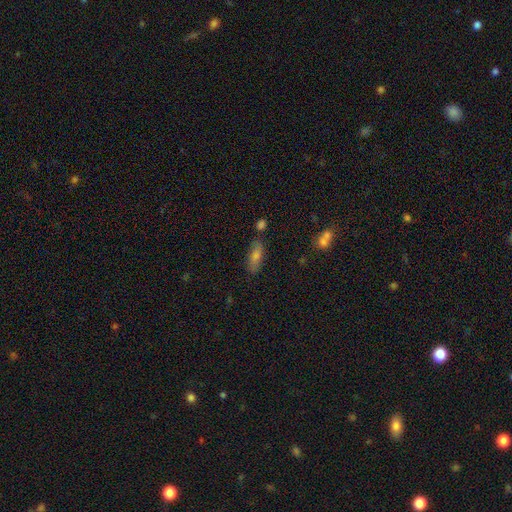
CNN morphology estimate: The model was most divided on "how rounded": in between: 61%, cigar-shaped: 35%, round: 4%. More confident: merging — none (77%); smooth or featured — smooth (66%).